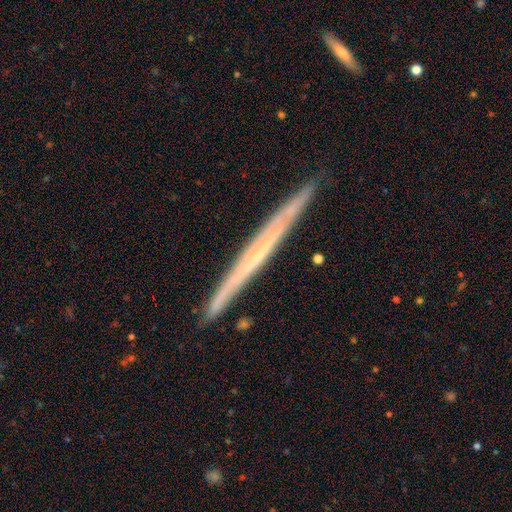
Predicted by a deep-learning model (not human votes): featured or disk 61%, smooth 32%, star or artifact 7%. Down the decision tree: edge-on disk — yes (97%); edge-on bulge — none (87%); merging — none (89%).